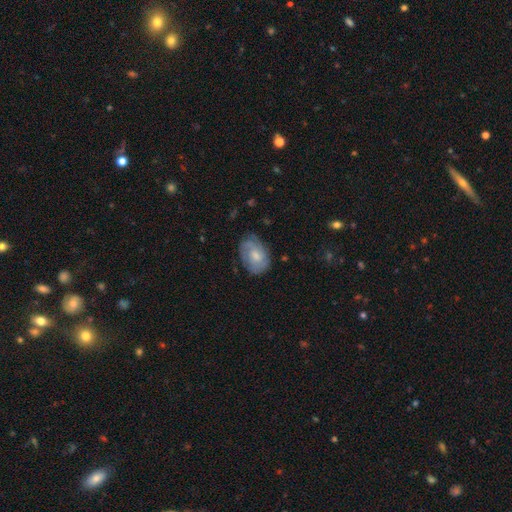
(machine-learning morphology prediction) A smooth galaxy with no disk features (50%). Merging: none (68%).